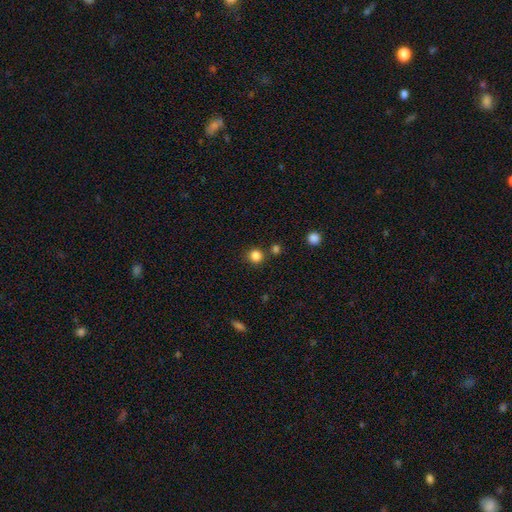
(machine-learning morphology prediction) smooth 83%, star or artifact 13%, featured or disk 4%. Down the decision tree: how rounded — round (91%); merging — none (81%).